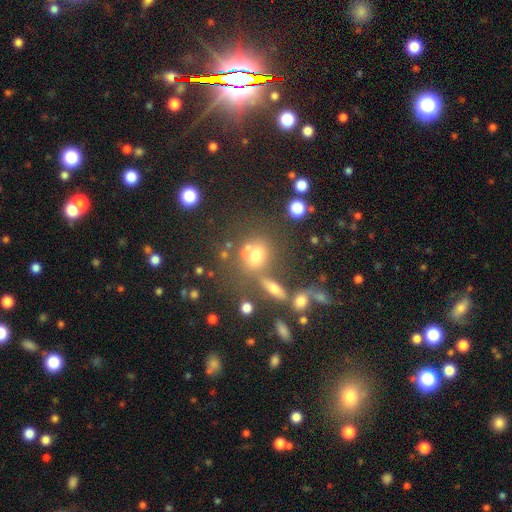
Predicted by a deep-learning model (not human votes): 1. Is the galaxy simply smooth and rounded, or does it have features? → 65% smooth, 18% featured or disk, 18% star or artifact.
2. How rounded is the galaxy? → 58% round, 39% in between, 3% cigar-shaped.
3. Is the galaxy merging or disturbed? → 53% none, 25% merger, 14% minor disturbance, 9% major disturbance.